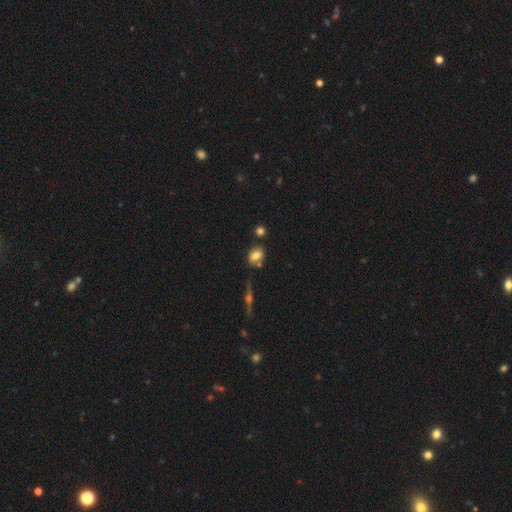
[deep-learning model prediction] Smooth or featured: smooth — 76% (featured or disk — 14%)
How rounded: in between — 74% (round — 24%)
Merging: none — 71% (minor disturbance — 15%)